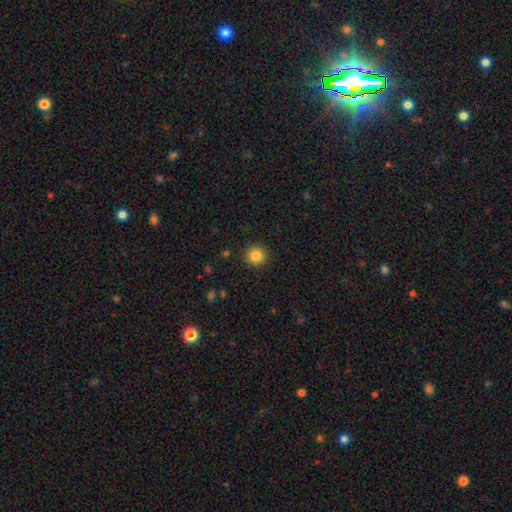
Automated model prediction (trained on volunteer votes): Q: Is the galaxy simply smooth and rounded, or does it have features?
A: smooth — 85%.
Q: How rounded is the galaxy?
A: round — 94%.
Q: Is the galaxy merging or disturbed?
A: none — 92%.